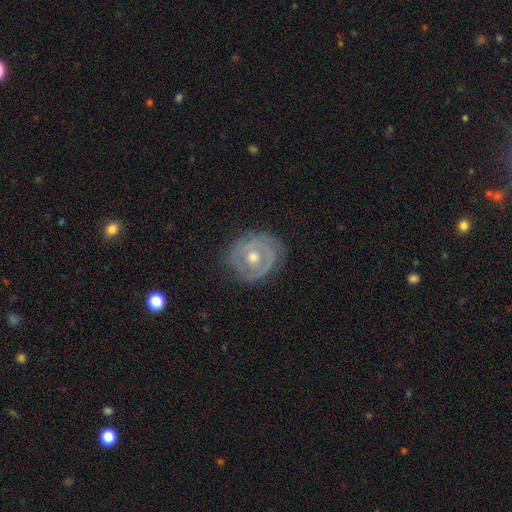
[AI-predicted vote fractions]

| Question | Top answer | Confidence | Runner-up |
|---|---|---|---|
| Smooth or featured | featured or disk | 75% | smooth (17%) |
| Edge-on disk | no | 96% | yes (4%) |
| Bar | no | 67% | weak (26%) |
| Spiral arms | yes | 76% | no (24%) |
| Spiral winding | tight | 70% | medium (23%) |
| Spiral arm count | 2 | 39% | can't tell (31%) |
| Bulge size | moderate | 74% | small (20%) |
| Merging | none | 79% | minor disturbance (15%) |